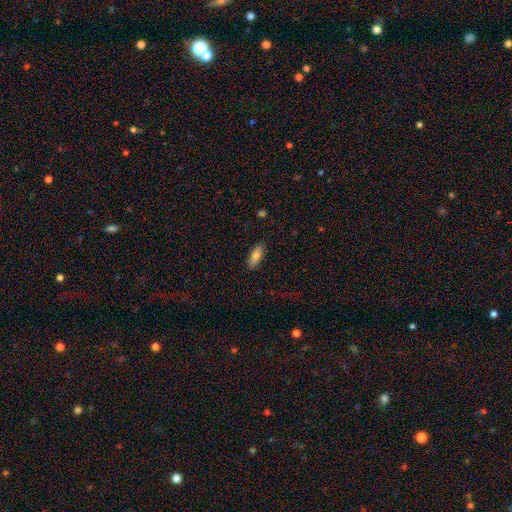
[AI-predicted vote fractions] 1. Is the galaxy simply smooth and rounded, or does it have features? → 79% smooth, 15% featured or disk, 7% star or artifact.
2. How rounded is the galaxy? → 75% in between, 23% cigar-shaped, 2% round.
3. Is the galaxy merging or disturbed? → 87% none, 10% minor disturbance, 2% major disturbance, 1% merger.